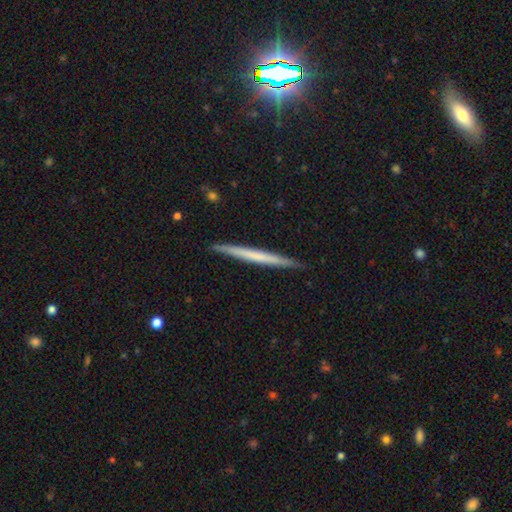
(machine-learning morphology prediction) Overall: smooth (48%; featured or disk 46%). Merging: none (91%).